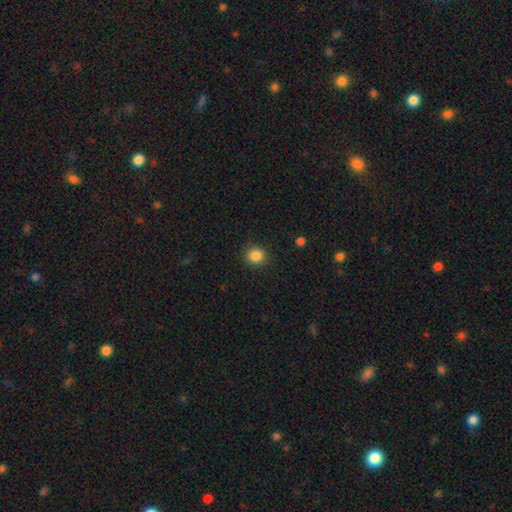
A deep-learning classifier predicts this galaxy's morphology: This is clearly a smooth galaxy (86%). How rounded: clearly round (86%). Merging: clearly none (88%).